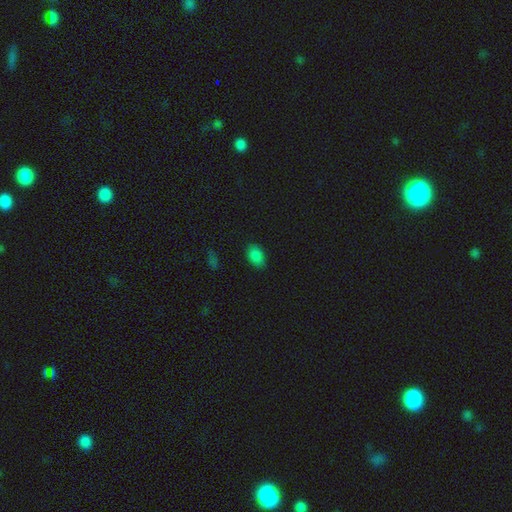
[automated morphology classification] A smooth galaxy with no disk features (84%) that is in between round and cigar-shaped (88%). Merging: none (85%).